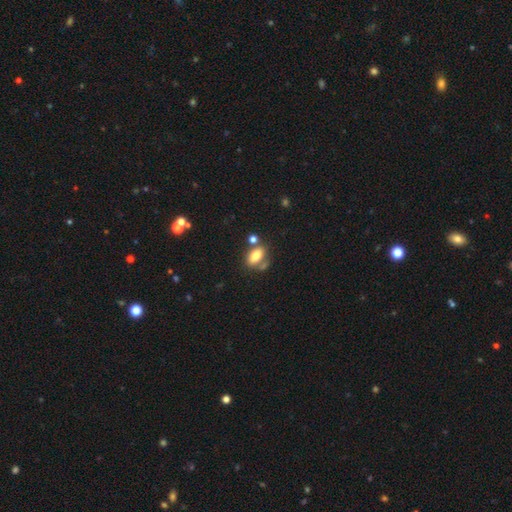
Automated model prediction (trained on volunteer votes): This is likely a smooth galaxy (75%). How rounded: clearly in between (85%). Merging: possibly none (57%).